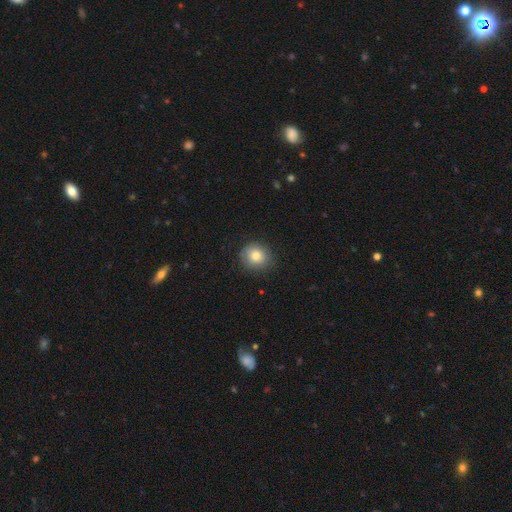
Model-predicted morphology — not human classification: Smooth or featured? Predicted: smooth (p=0.79). How rounded? Predicted: round (p=0.87). Merging? Predicted: none (p=0.82).